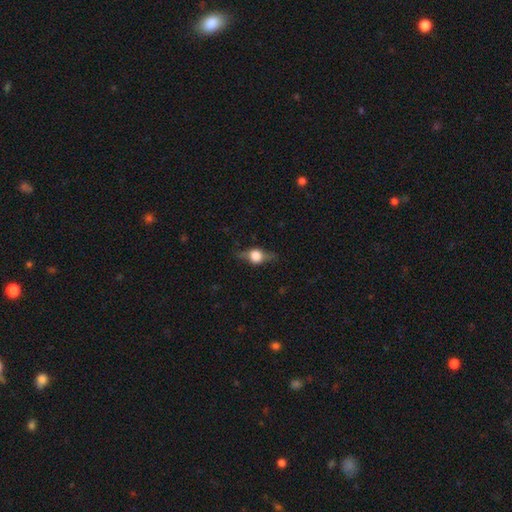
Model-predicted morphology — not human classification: A featured or disk galaxy (52%) viewed edge-on (92%).

Vote fractions:
- Smooth or featured? featured or disk: 52% / smooth: 38% / star or artifact: 10%
- Edge-on disk? yes: 92% / no: 8%
- Merging? none: 76% / minor disturbance: 16% / major disturbance: 6% / merger: 1%